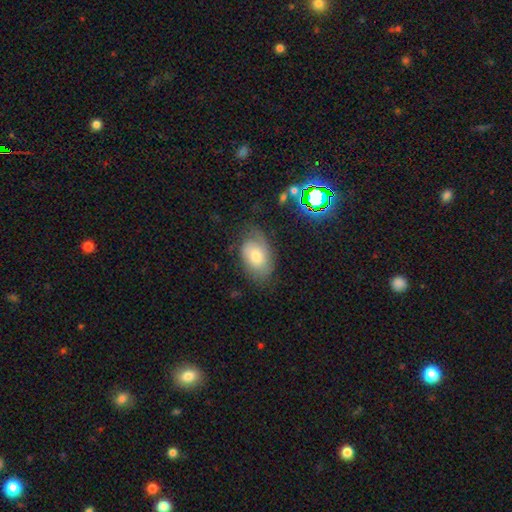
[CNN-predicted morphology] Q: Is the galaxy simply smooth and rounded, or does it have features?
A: smooth — 52%.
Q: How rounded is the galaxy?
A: in between — 88%.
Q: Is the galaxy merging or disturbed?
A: none — 59%.